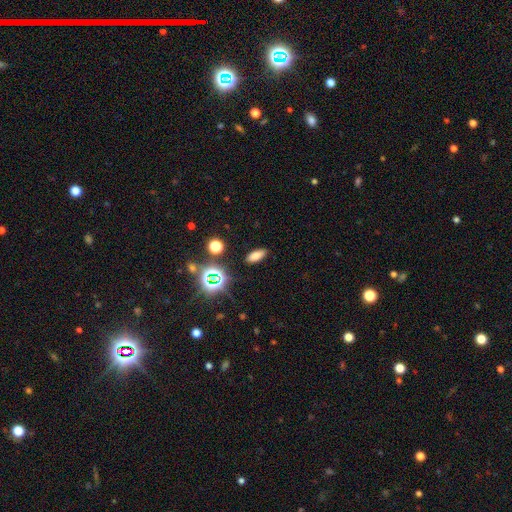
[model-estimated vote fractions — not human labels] Smooth or featured? Predicted: smooth (p=0.72). How rounded? Predicted: in between (p=0.78). Merging? Predicted: none (p=0.87).